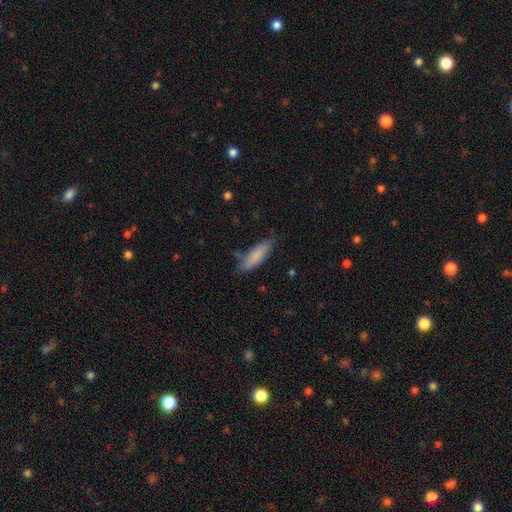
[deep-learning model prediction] Q: Smooth or featured?
A: smooth (83%); runner-up: featured or disk (11%)
Q: How rounded?
A: cigar-shaped (58%); runner-up: in between (41%)
Q: Merging?
A: none (77%); runner-up: minor disturbance (17%)